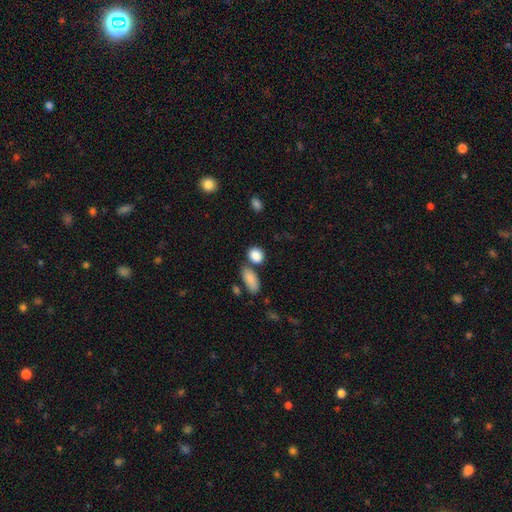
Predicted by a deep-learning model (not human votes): smooth_or_featured: smooth (p=0.87) [alt: star or artifact p=0.08]
how_rounded: round (p=0.52) [alt: in between p=0.45]
merging: none (p=0.64) [alt: merger p=0.20]